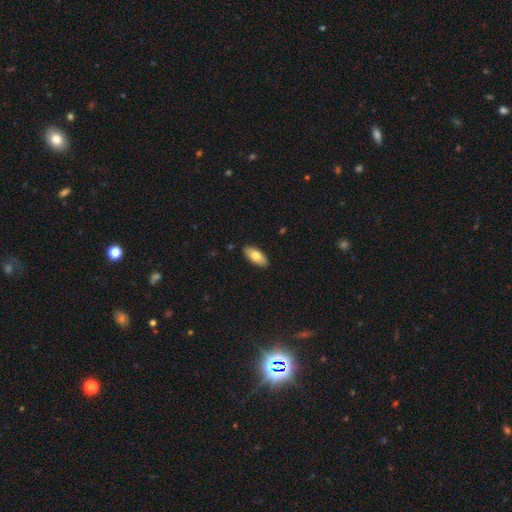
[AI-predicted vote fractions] Smooth or featured?
  - smooth: 76% *
  - featured or disk: 18%
  - star or artifact: 6%
How rounded?
  - in between: 88% *
  - cigar-shaped: 10%
  - round: 2%
Merging?
  - none: 89% *
  - minor disturbance: 8%
  - major disturbance: 2%
  - merger: 1%